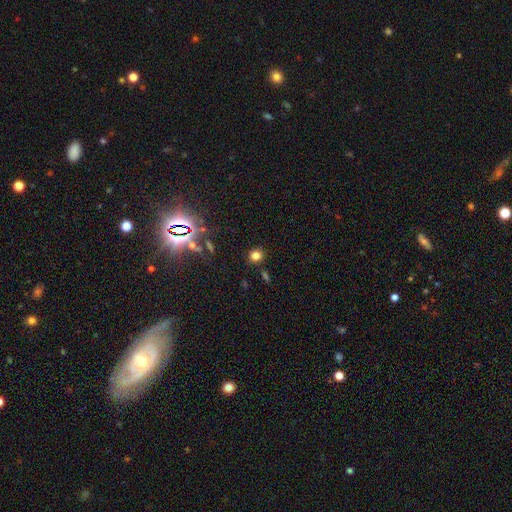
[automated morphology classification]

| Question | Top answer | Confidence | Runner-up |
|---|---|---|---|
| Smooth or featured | smooth | 75% | star or artifact (19%) |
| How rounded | round | 80% | in between (19%) |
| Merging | none | 85% | minor disturbance (8%) |